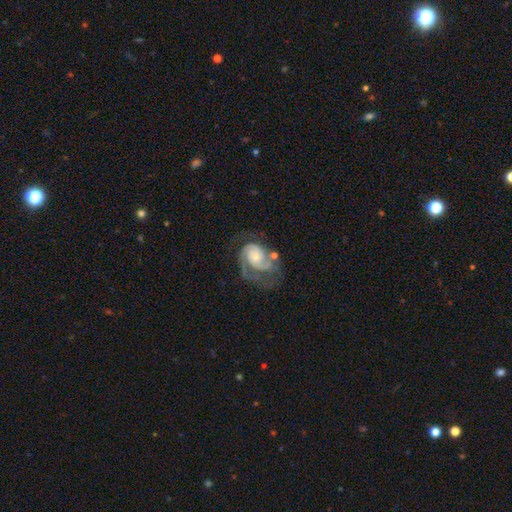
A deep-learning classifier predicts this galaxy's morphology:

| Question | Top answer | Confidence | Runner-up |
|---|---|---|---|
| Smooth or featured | featured or disk | 83% | smooth (11%) |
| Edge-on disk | no | 98% | yes (2%) |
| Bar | no | 71% | weak (24%) |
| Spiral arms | yes | 94% | no (6%) |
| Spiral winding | tight | 45% | medium (41%) |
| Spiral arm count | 2 | 55% | 1 (19%) |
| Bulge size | small | 52% | moderate (36%) |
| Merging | none | 48% | major disturbance (26%) |